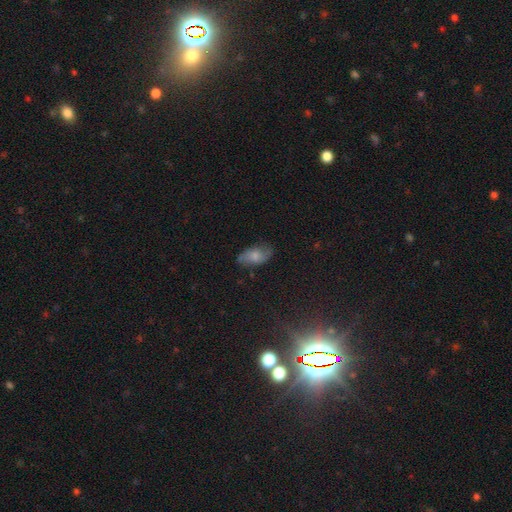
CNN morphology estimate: This appears to be a smooth galaxy with no disk features (59%) that is in between round and cigar-shaped (91%). Merging: none (71%).